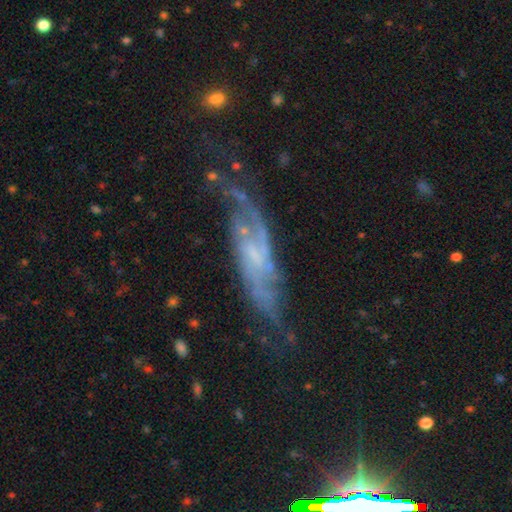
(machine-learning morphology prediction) featured or disk 79%, smooth 12%, star or artifact 9%. Down the decision tree: edge-on disk — no (81%); bar — no (45%); spiral arms — yes (92%); spiral arm count — 2 (61%); spiral winding — medium (42%); bulge size — small (50%); merging — none (57%).